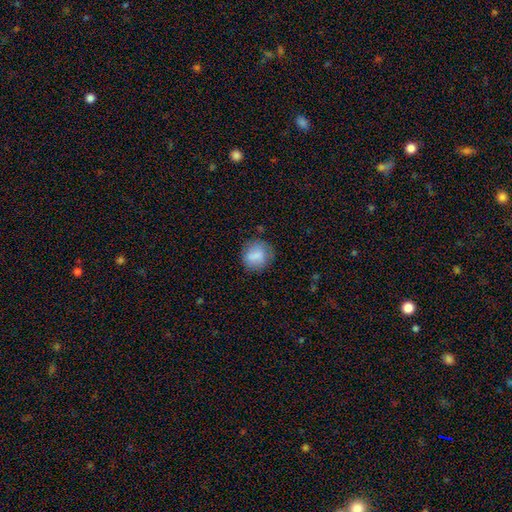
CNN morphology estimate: Q: Smooth or featured?
A: smooth (80%); runner-up: featured or disk (12%)
Q: How rounded?
A: round (75%); runner-up: in between (24%)
Q: Merging?
A: none (73%); runner-up: minor disturbance (19%)